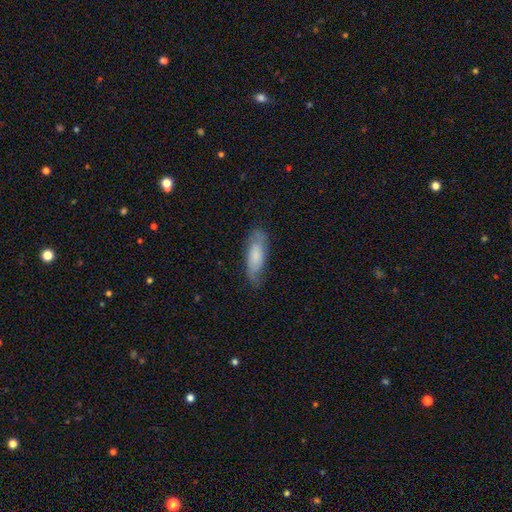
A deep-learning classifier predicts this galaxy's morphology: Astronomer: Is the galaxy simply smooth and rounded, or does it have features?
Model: smooth — 67%.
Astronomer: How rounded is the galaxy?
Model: in between — 63%.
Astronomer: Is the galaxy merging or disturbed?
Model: none — 69%.